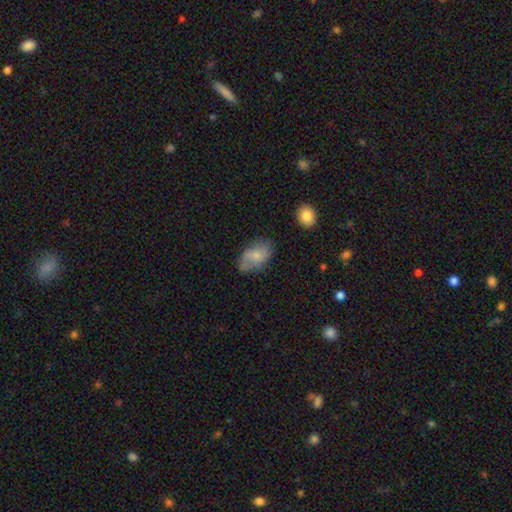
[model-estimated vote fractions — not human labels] Smooth or featured: smooth — 60% (featured or disk — 32%)
How rounded: in between — 90% (round — 8%)
Merging: none — 59% (minor disturbance — 28%)